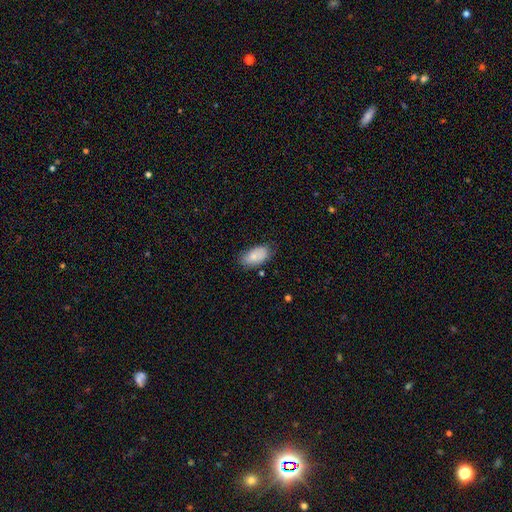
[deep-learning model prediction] smooth_or_featured: smooth (p=0.78) [alt: featured or disk p=0.15]
how_rounded: in between (p=0.94) [alt: round p=0.03]
merging: none (p=0.71) [alt: minor disturbance p=0.23]